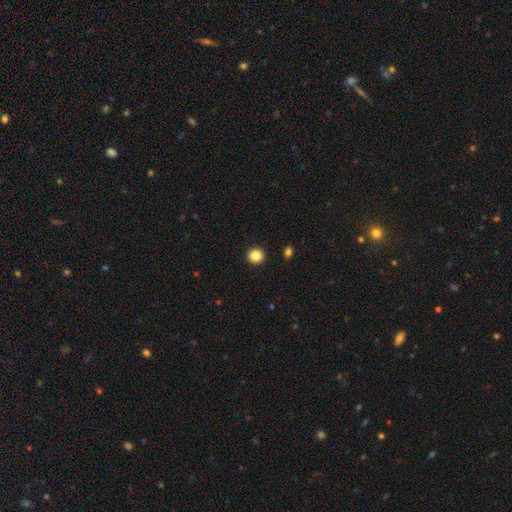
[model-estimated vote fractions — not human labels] Smooth or featured: smooth — 86% (star or artifact — 10%)
How rounded: round — 93% (in between — 6%)
Merging: none — 94% (minor disturbance — 4%)